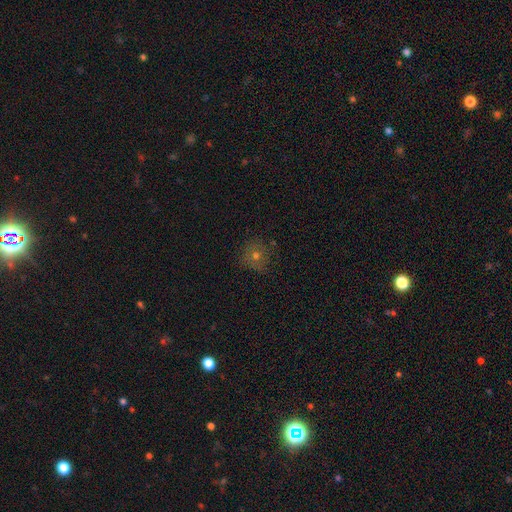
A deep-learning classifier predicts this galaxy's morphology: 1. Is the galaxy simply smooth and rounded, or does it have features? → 53% smooth, 26% star or artifact, 22% featured or disk.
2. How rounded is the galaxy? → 90% round, 9% in between, 1% cigar-shaped.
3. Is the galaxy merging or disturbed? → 79% none, 15% minor disturbance, 5% major disturbance, 2% merger.